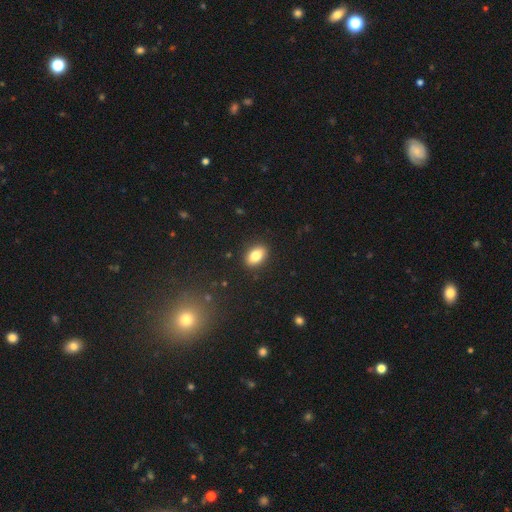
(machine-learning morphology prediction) smooth 83%, featured or disk 9%, star or artifact 8%. Down the decision tree: how rounded — in between (87%); merging — none (89%).